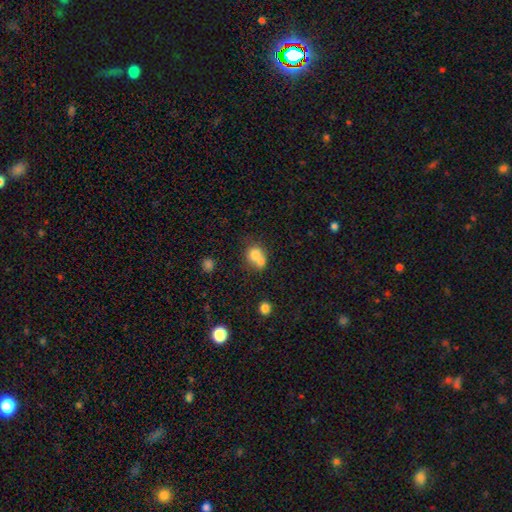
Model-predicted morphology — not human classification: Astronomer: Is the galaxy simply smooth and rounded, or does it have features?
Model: smooth — 74%.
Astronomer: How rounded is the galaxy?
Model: round — 68%.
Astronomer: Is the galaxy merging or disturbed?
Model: merger — 57%.